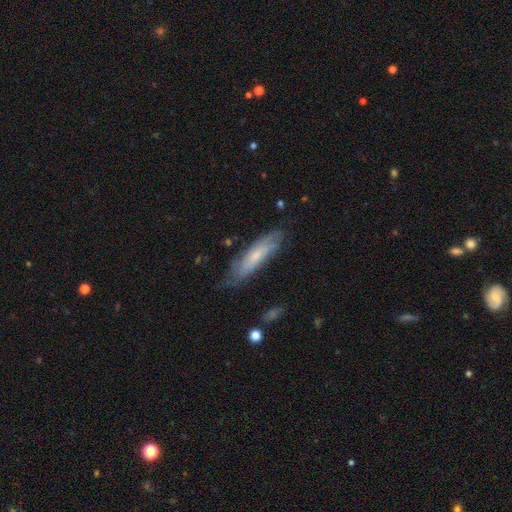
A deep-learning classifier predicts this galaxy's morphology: This appears to be a featured or disk galaxy (55%). Merging: none (71%).